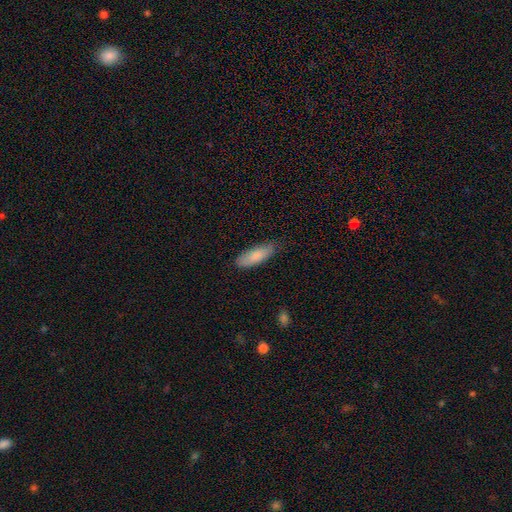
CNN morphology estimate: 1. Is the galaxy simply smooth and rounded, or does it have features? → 84% smooth, 10% featured or disk, 6% star or artifact.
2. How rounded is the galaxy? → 59% in between, 39% cigar-shaped, 2% round.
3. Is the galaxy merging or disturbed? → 78% none, 18% minor disturbance, 3% major disturbance, 1% merger.